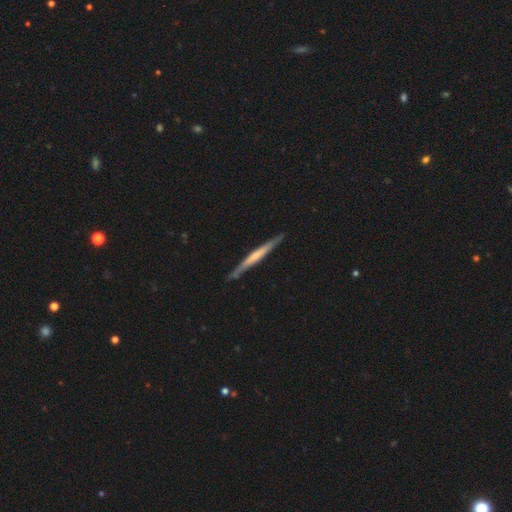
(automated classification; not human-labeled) smooth_or_featured: featured or disk (p=0.59) [alt: smooth p=0.37]
disk_edge_on: yes (p=0.97) [alt: no p=0.03]
edge_on_bulge: none (p=0.58) [alt: rounded p=0.26]
merging: none (p=0.88) [alt: minor disturbance p=0.09]